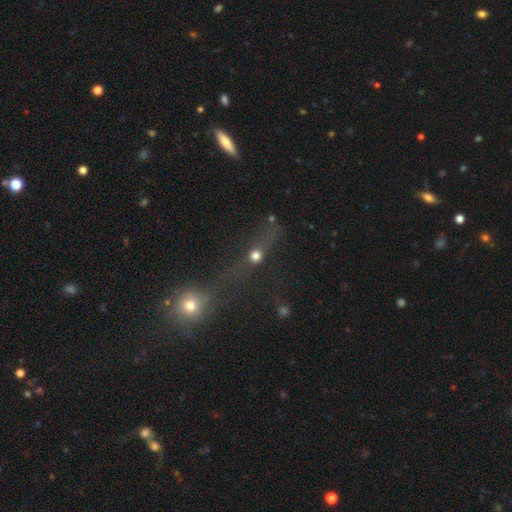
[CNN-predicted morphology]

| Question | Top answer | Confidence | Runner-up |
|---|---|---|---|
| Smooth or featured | smooth | 55% | featured or disk (23%) |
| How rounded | round | 60% | in between (22%) |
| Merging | none | 43% | major disturbance (22%) |